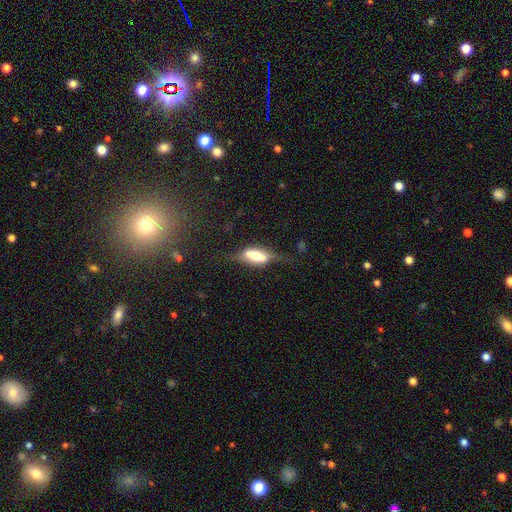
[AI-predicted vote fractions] A featured or disk galaxy (56%) viewed edge-on (62%).

Vote fractions:
- Smooth or featured? featured or disk: 56% / smooth: 36% / star or artifact: 8%
- Edge-on disk? yes: 62% / no: 38%
- Merging? none: 45% / minor disturbance: 26% / major disturbance: 24% / merger: 4%